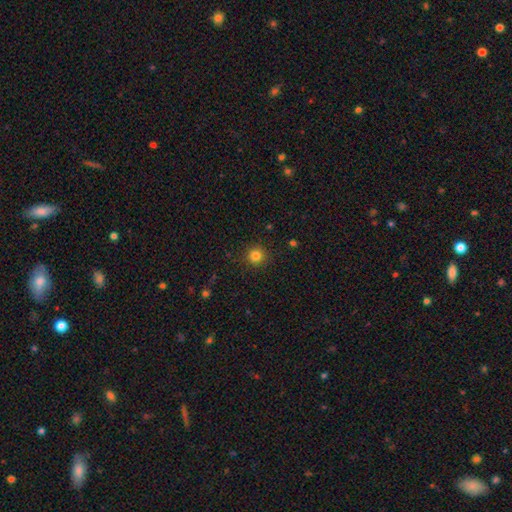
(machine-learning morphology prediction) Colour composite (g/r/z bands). It shows a smooth galaxy with no disk features (83%) that is round (94%). Merging: none (91%).